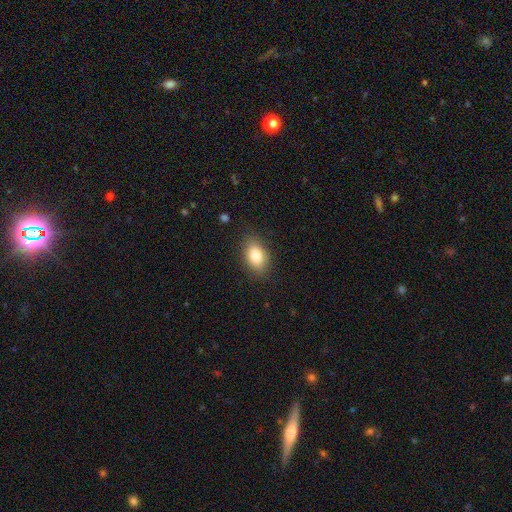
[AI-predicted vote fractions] smooth-or-featured: smooth: 83% | featured or disk: 9% | star or artifact: 8%
  how-rounded: in between: 87% | round: 11% | cigar-shaped: 2%
  merging: none: 84% | minor disturbance: 12% | major disturbance: 3% | merger: 1%